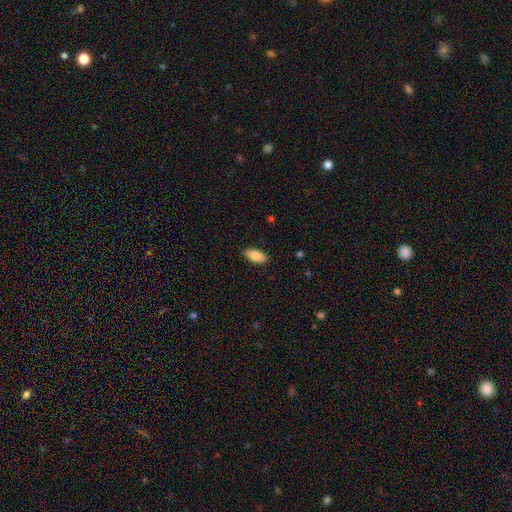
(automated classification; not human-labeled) smooth-or-featured: smooth: 87% | star or artifact: 7% | featured or disk: 6%
  how-rounded: in between: 90% | cigar-shaped: 8% | round: 2%
  merging: none: 87% | minor disturbance: 10% | major disturbance: 2% | merger: 1%